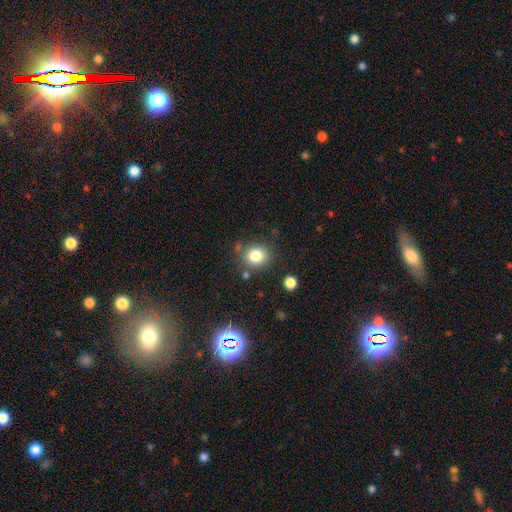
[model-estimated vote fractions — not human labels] Q: Smooth or featured?
A: smooth (81%); runner-up: star or artifact (12%)
Q: How rounded?
A: round (80%); runner-up: in between (19%)
Q: Merging?
A: none (79%); runner-up: minor disturbance (11%)